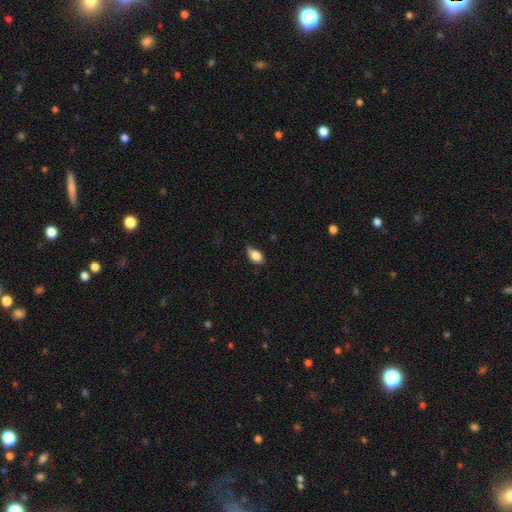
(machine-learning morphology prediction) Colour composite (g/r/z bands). It shows a smooth galaxy with no disk features (81%) that is in between round and cigar-shaped (84%). Merging: none (49%).